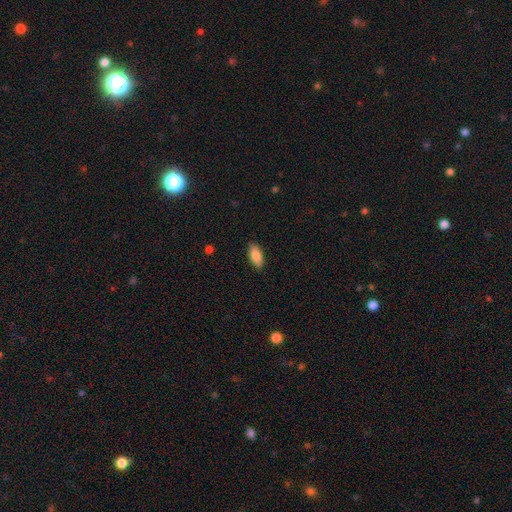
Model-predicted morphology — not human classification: Overall: smooth (85%). How rounded: in between (87%). Merging: none (88%).